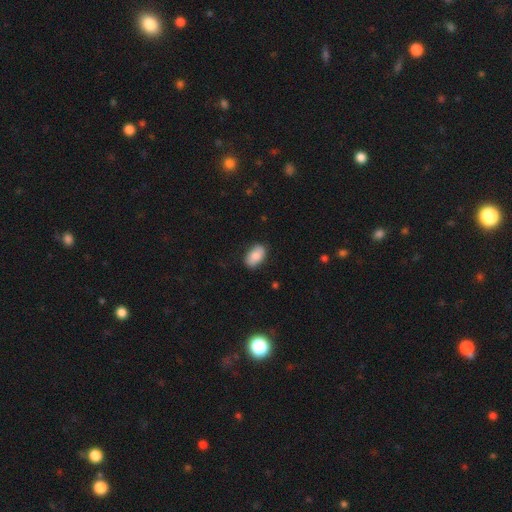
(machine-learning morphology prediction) This is clearly a smooth galaxy (80%). How rounded: clearly in between (92%). Merging: clearly none (83%).